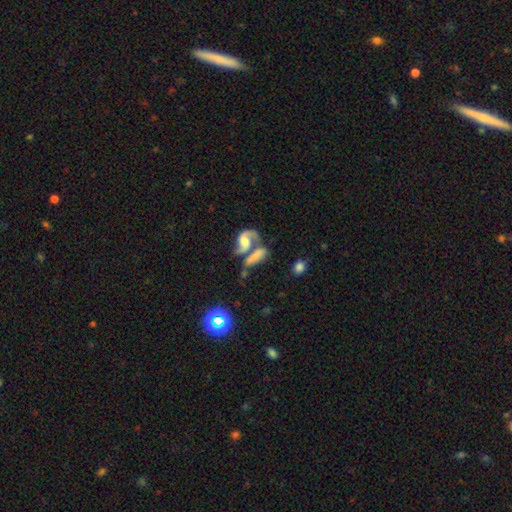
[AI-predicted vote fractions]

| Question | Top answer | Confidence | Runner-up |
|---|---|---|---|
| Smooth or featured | featured or disk | 56% | smooth (33%) |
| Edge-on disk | no | 91% | yes (9%) |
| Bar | no | 54% | weak (31%) |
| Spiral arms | yes | 79% | no (21%) |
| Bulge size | moderate | 35% | small (22%) |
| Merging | merger | 59% | none (21%) |